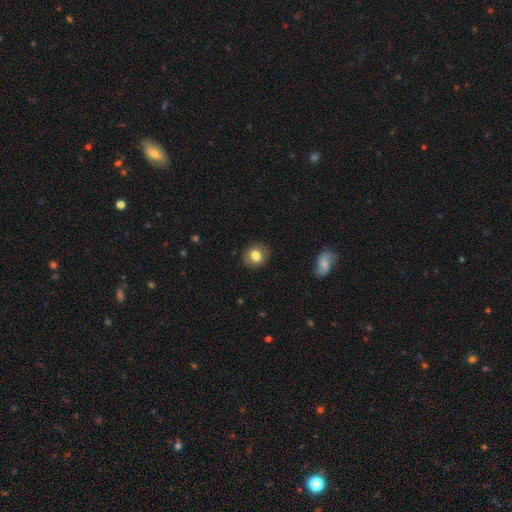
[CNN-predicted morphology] Smooth or featured?
  - smooth: 80% *
  - featured or disk: 11%
  - star or artifact: 9%
How rounded?
  - round: 81% *
  - in between: 18%
  - cigar-shaped: 1%
Merging?
  - none: 88% *
  - minor disturbance: 9%
  - major disturbance: 2%
  - merger: 1%